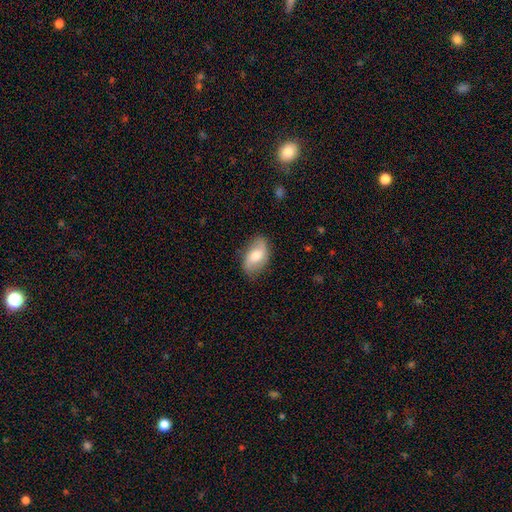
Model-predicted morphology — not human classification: This is possibly a smooth galaxy (56%). How rounded: clearly in between (91%). Merging: likely none (80%).